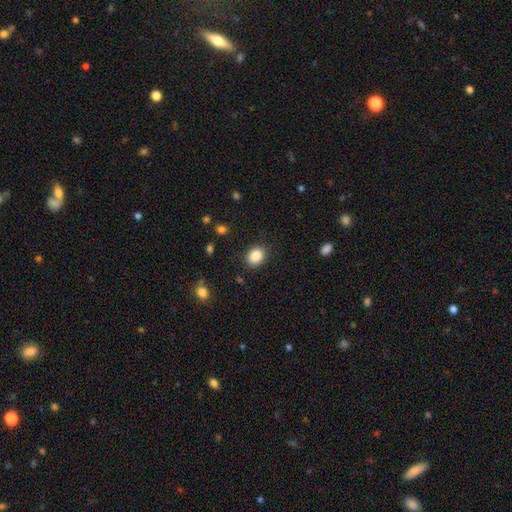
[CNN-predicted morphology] Q: Smooth or featured?
A: smooth (86%); runner-up: star or artifact (9%)
Q: How rounded?
A: round (52%); runner-up: in between (48%)
Q: Merging?
A: none (86%); runner-up: minor disturbance (9%)